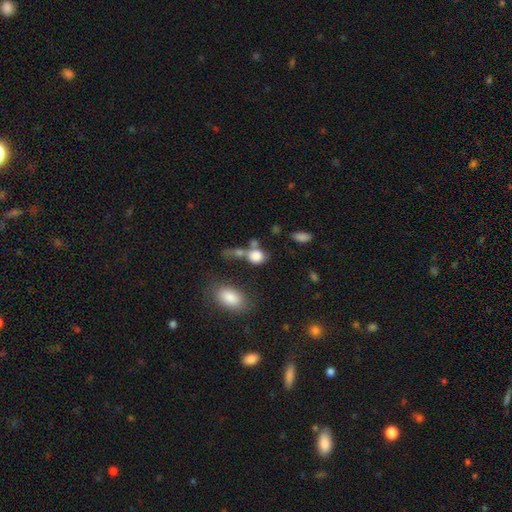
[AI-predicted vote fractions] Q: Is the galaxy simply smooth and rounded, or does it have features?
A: smooth — 79%.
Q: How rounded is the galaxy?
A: round — 63%.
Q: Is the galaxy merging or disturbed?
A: merger — 40%.